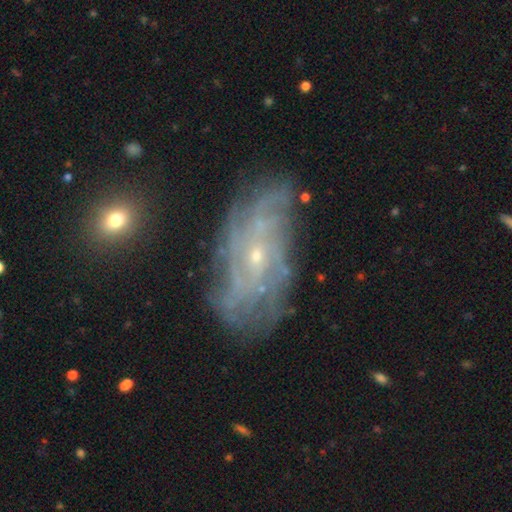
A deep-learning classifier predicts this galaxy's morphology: Smooth or featured?
  - featured or disk: 82% *
  - smooth: 10%
  - star or artifact: 9%
Edge-on disk?
  - no: 93% *
  - yes: 7%
Bar?
  - no: 66% *
  - weak: 28%
  - strong: 6%
Spiral arms?
  - yes: 91% *
  - no: 9%
Spiral winding?
  - tight: 59% *
  - medium: 30%
  - loose: 11%
Spiral arm count?
  - can't tell: 47% *
  - 4: 14%
  - more than 4: 14%
  - 3: 10%
  - 2: 9%
  - 1: 6%
Bulge size?
  - small: 79% *
  - moderate: 17%
  - none: 2%
  - large: 1%
  - dominant: 1%
Merging?
  - none: 73% *
  - minor disturbance: 18%
  - major disturbance: 8%
  - merger: 2%